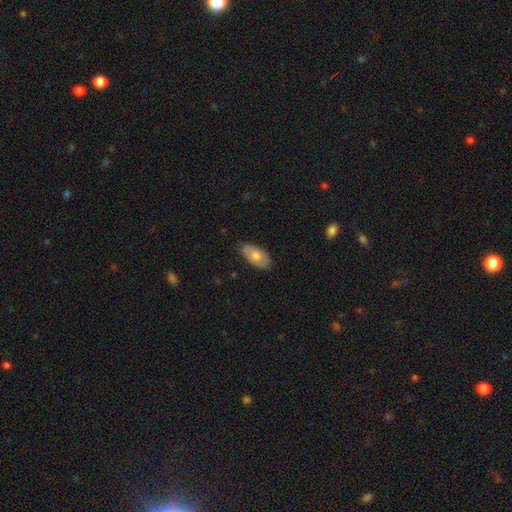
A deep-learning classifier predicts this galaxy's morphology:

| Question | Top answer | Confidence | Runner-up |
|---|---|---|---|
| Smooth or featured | smooth | 65% | featured or disk (29%) |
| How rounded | in between | 93% | cigar-shaped (4%) |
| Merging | none | 82% | minor disturbance (15%) |